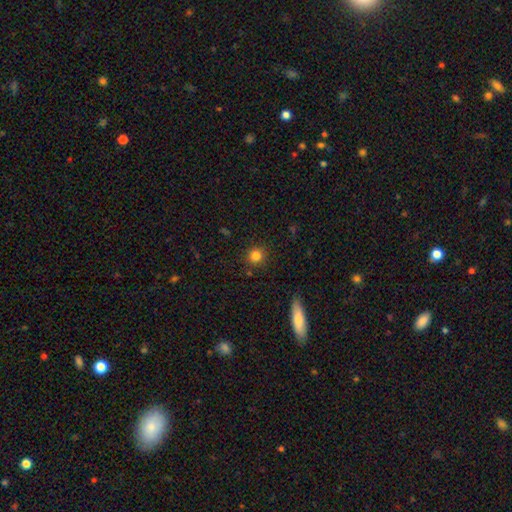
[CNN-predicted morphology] This appears to be a smooth galaxy with no disk features (82%) that is round (90%). Merging: none (89%).